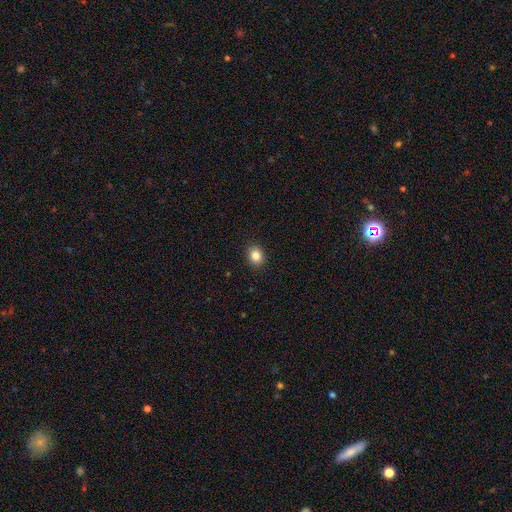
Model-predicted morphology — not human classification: smooth 85%, star or artifact 10%, featured or disk 5%. Down the decision tree: how rounded — round (61%); merging — none (91%).